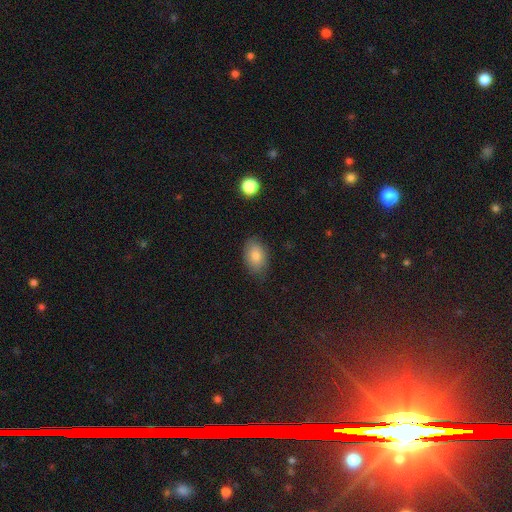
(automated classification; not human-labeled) Overall: smooth (80%). How rounded: in between (86%). Merging: none (80%).